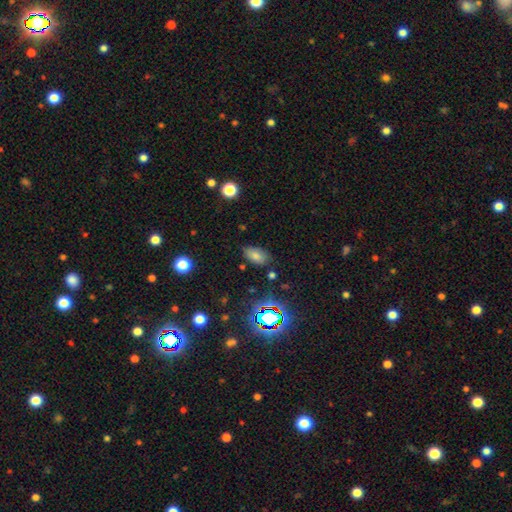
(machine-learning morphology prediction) This appears to be a smooth galaxy with no disk features (72%) that is in between round and cigar-shaped (91%). Merging: none (76%).